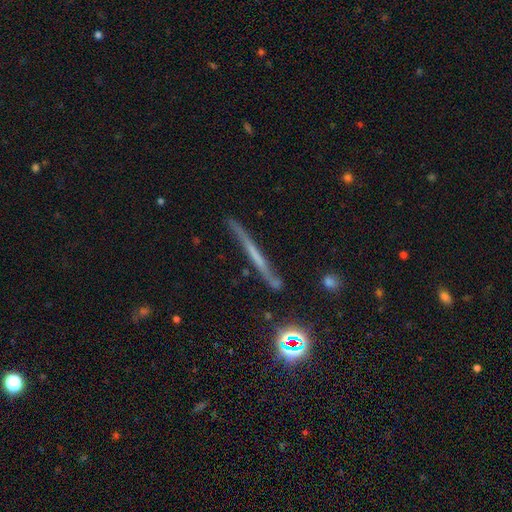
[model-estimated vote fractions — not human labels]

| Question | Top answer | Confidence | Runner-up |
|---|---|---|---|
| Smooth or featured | featured or disk | 54% | smooth (32%) |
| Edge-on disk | yes | 91% | no (9%) |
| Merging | none | 77% | minor disturbance (15%) |